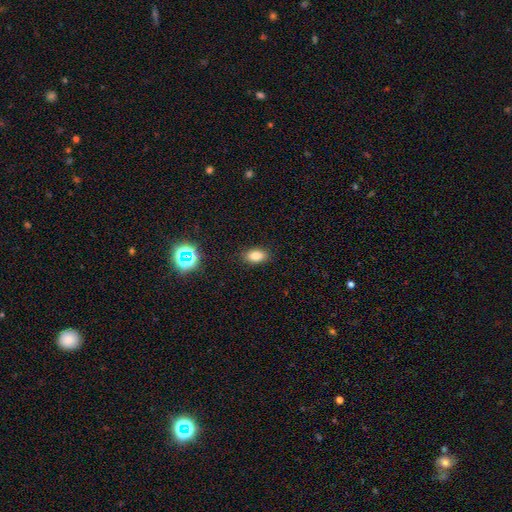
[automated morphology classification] This appears to be a smooth galaxy with no disk features (80%) that is in between round and cigar-shaped (87%). Merging: none (87%).